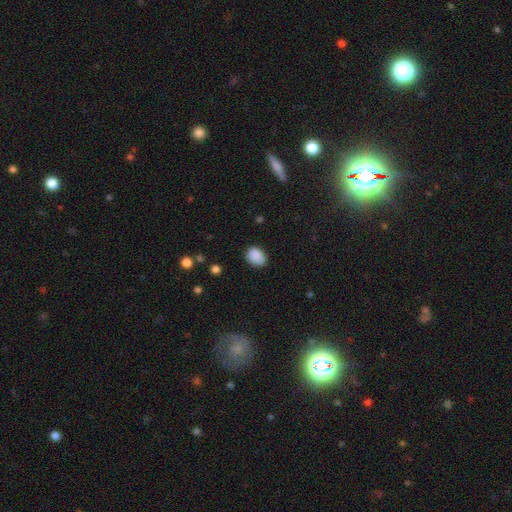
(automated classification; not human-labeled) Smooth or featured? Predicted: smooth (p=0.88). How rounded? Predicted: in between (p=0.71). Merging? Predicted: none (p=0.83).